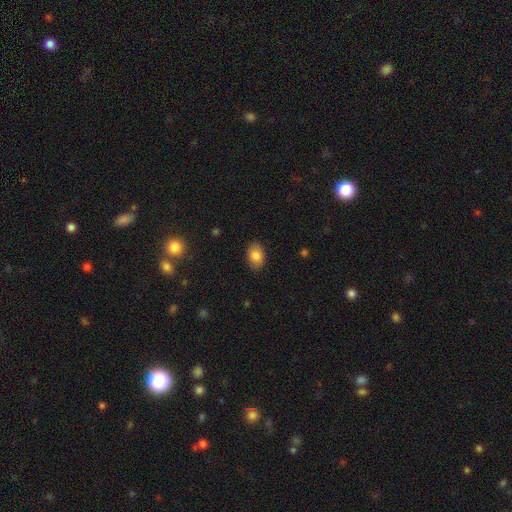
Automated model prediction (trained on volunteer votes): smooth 84%, star or artifact 8%, featured or disk 8%. Down the decision tree: how rounded — in between (82%); merging — none (87%).